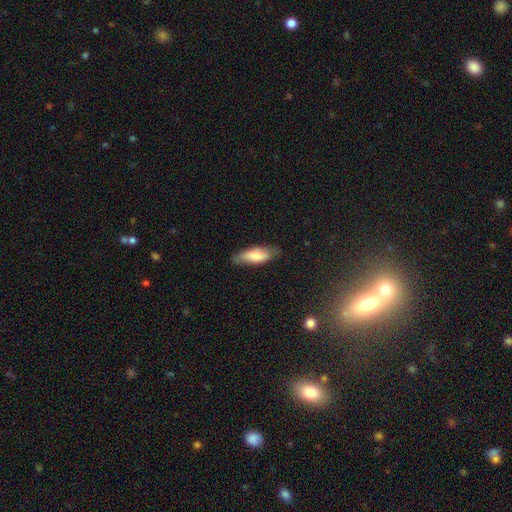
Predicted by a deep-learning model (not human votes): Smooth or featured: smooth — 76% (featured or disk — 18%)
How rounded: in between — 57% (cigar-shaped — 41%)
Merging: none — 72% (minor disturbance — 22%)